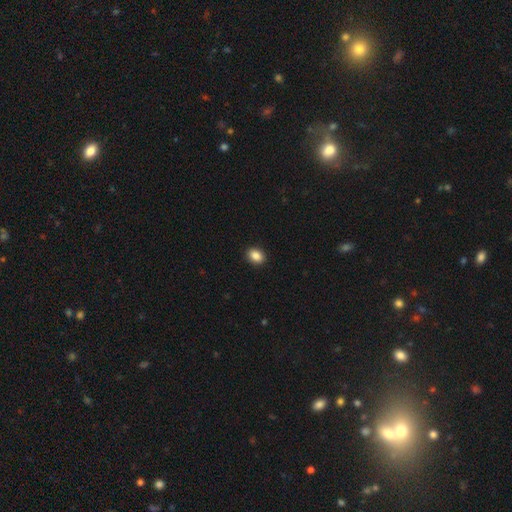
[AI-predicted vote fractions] A smooth galaxy with no disk features (88%) that is in between round and cigar-shaped (67%). Merging: none (92%).